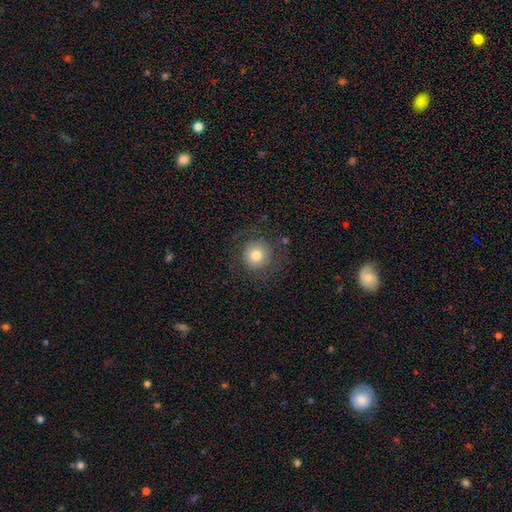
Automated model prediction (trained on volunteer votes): Overall: smooth (75%). How rounded: round (93%). Merging: none (81%).